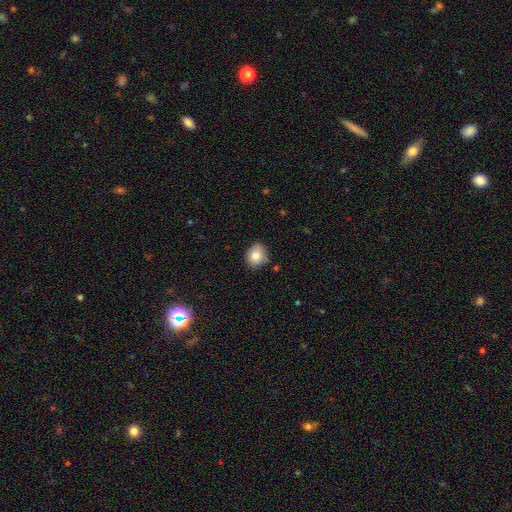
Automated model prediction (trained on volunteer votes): A smooth galaxy with no disk features (83%) that is round (69%). Merging: none (76%).